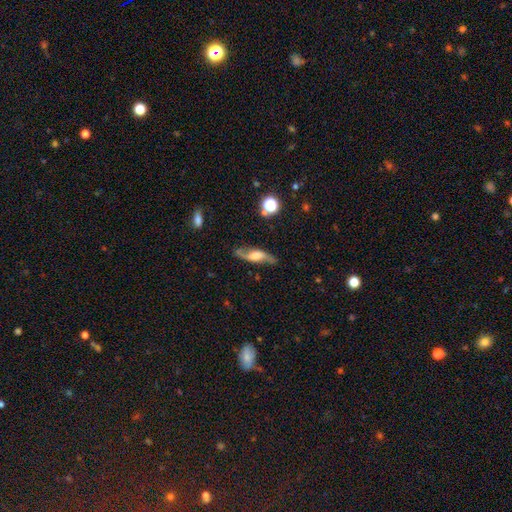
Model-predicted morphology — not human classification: smooth_or_featured: featured or disk (p=0.71) [alt: smooth p=0.21]
disk_edge_on: no (p=0.73) [alt: yes p=0.27]
bar: no (p=0.45) [alt: weak p=0.38]
has_spiral_arms: yes (p=0.91) [alt: no p=0.09]
bulge_size: large (p=0.37) [alt: moderate p=0.22]
merging: none (p=0.74) [alt: minor disturbance p=0.17]